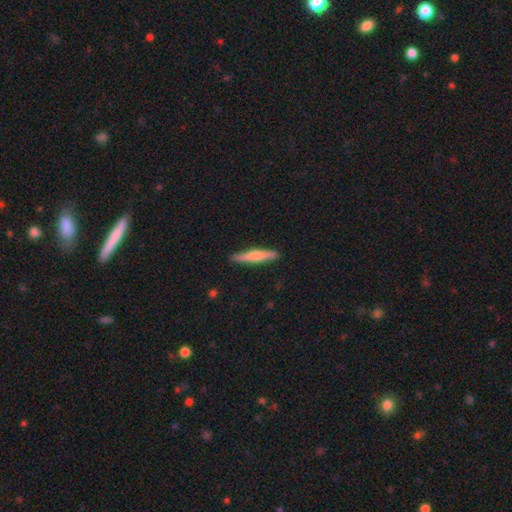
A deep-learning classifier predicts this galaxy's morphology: Smooth or featured?
  - smooth: 62% *
  - featured or disk: 32%
  - star or artifact: 5%
How rounded?
  - cigar-shaped: 92% *
  - in between: 7%
  - round: 1%
Merging?
  - none: 88% *
  - minor disturbance: 9%
  - major disturbance: 2%
  - merger: 1%